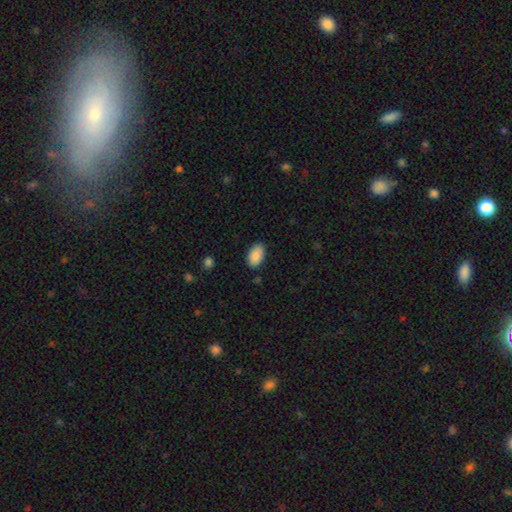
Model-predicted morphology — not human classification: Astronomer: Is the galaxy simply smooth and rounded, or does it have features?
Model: smooth — 90%.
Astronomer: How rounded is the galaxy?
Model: in between — 94%.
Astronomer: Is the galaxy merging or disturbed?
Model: none — 85%.